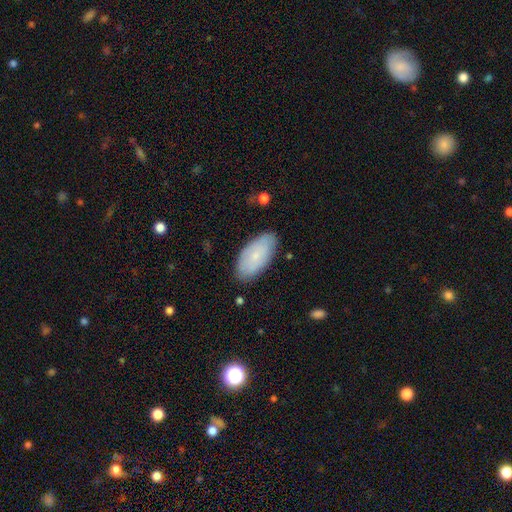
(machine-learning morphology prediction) Smooth or featured: smooth — 70% (featured or disk — 23%)
How rounded: in between — 94% (cigar-shaped — 4%)
Merging: none — 82% (minor disturbance — 14%)